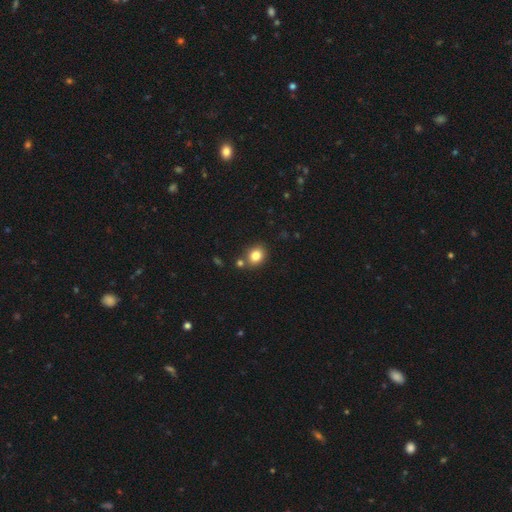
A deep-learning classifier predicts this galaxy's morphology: smooth_or_featured: smooth (p=0.82) [alt: star or artifact p=0.11]
how_rounded: round (p=0.54) [alt: in between p=0.45]
merging: none (p=0.75) [alt: merger p=0.11]